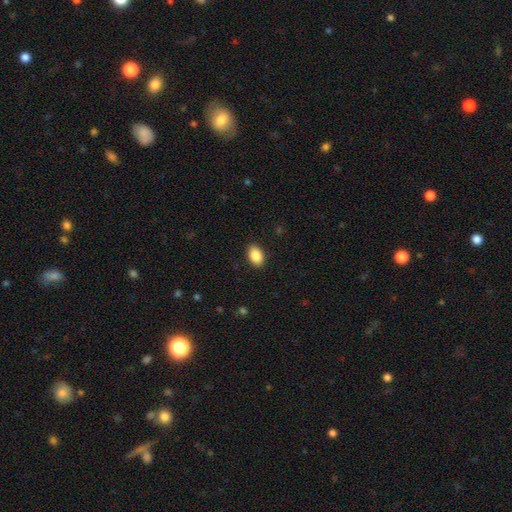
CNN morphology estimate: smooth_or_featured: smooth (p=0.88) [alt: star or artifact p=0.08]
how_rounded: in between (p=0.88) [alt: round p=0.10]
merging: none (p=0.89) [alt: minor disturbance p=0.08]